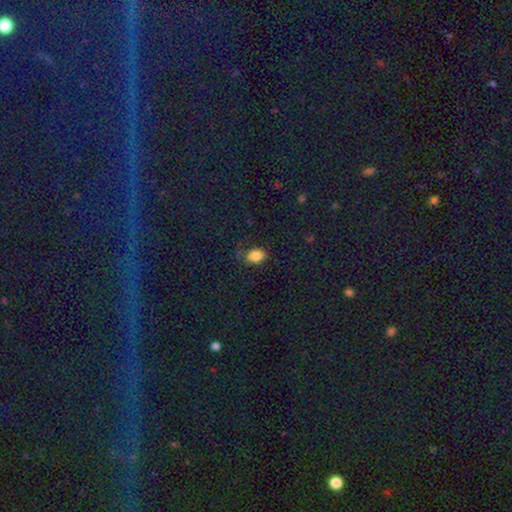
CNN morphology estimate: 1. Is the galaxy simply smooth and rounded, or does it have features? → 84% smooth, 11% star or artifact, 5% featured or disk.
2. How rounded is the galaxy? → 77% in between, 21% round, 1% cigar-shaped.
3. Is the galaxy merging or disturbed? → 78% none, 16% minor disturbance, 5% major disturbance, 2% merger.